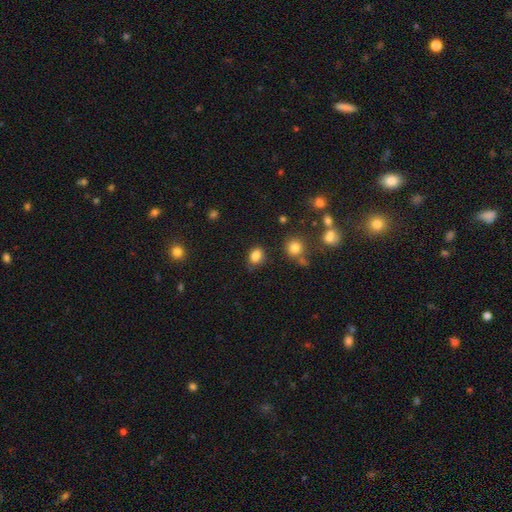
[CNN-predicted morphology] Smooth or featured?
  - smooth: 84% *
  - star or artifact: 11%
  - featured or disk: 5%
How rounded?
  - in between: 62% *
  - round: 37%
  - cigar-shaped: 1%
Merging?
  - none: 77% *
  - minor disturbance: 16%
  - major disturbance: 4%
  - merger: 4%